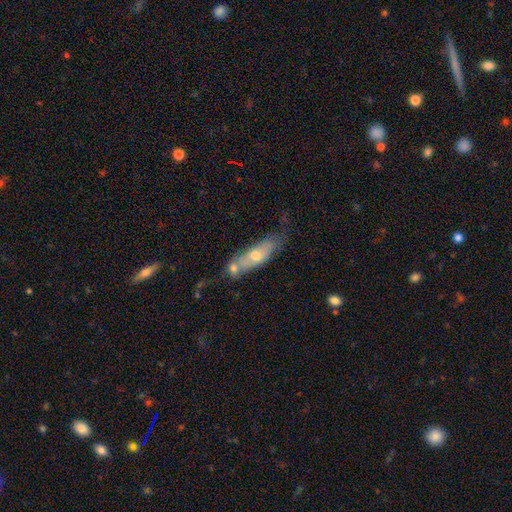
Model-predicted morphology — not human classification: This is possibly a smooth galaxy (47%). Merging: possibly none (45%).